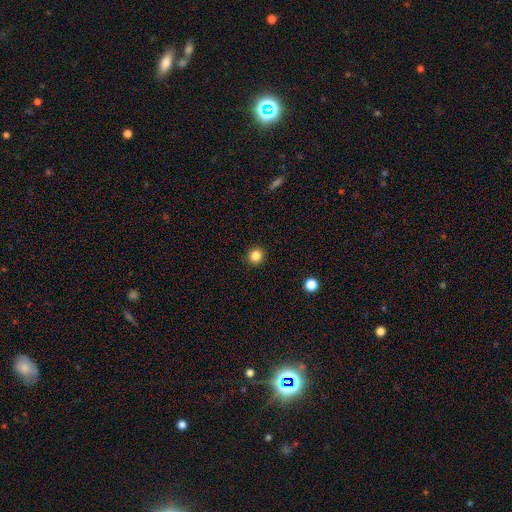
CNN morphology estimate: A smooth galaxy with no disk features (84%) that is round (93%).

Vote fractions:
- Smooth or featured? smooth: 84% / star or artifact: 12% / featured or disk: 4%
- How rounded? round: 93% / in between: 6% / cigar-shaped: 1%
- Merging? none: 93% / minor disturbance: 5% / major disturbance: 2% / merger: 1%